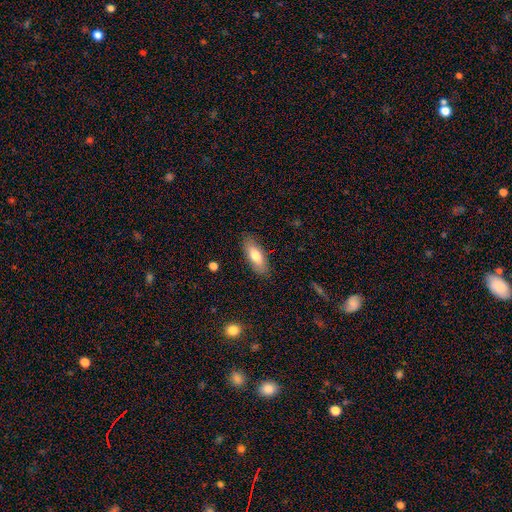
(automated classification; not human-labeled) Smooth or featured? smooth (74%)
How rounded? in between (76%)
Merging? none (86%)